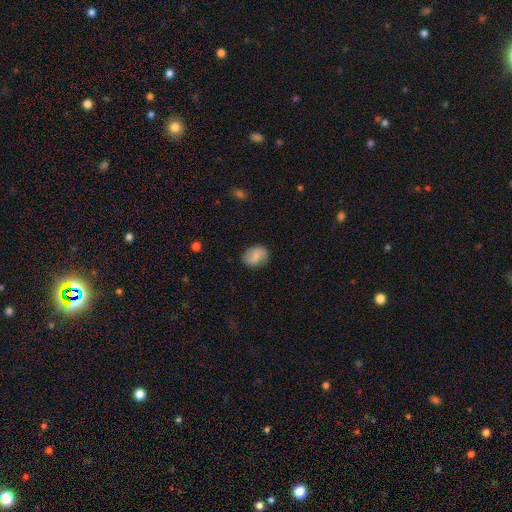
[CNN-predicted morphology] This appears to be a smooth galaxy with no disk features (79%) that is in between round and cigar-shaped (57%). Merging: none (78%).